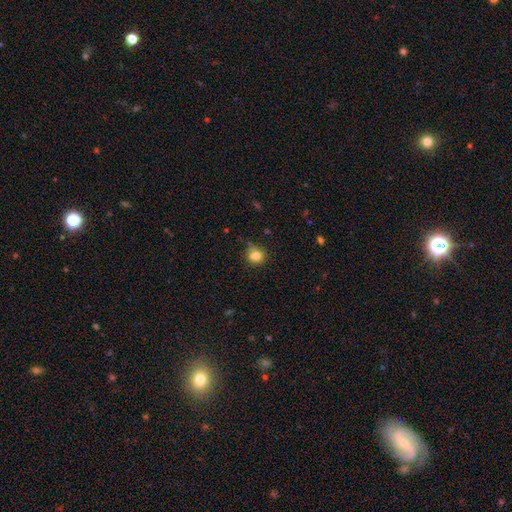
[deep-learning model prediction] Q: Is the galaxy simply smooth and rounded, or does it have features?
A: smooth — 81%.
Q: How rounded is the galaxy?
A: round — 82%.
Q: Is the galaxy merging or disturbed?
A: none — 70%.